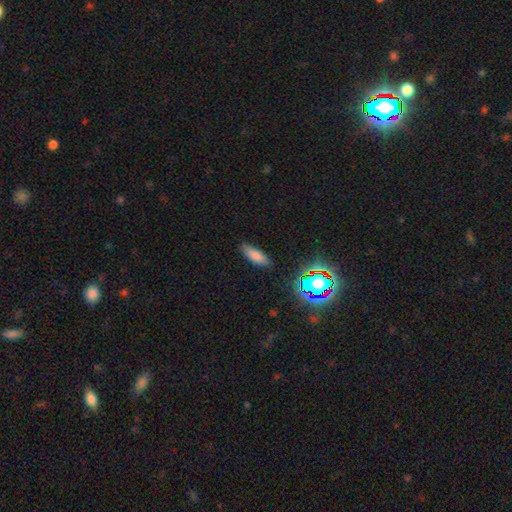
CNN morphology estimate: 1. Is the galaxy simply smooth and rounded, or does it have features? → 78% smooth, 13% star or artifact, 9% featured or disk.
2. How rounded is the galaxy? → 60% in between, 38% cigar-shaped, 2% round.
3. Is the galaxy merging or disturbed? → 84% none, 12% minor disturbance, 3% major disturbance, 2% merger.